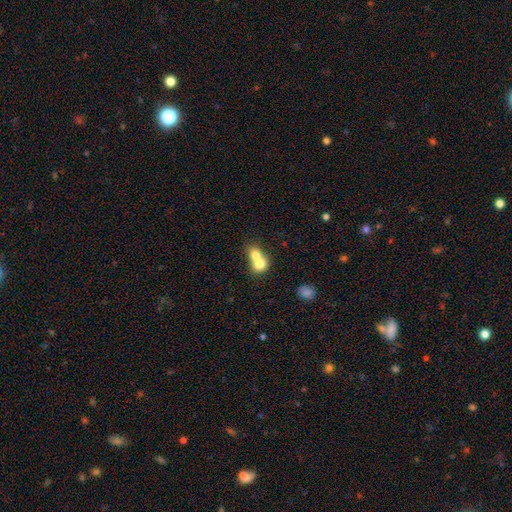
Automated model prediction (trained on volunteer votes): Q: Smooth or featured?
A: smooth (72%); runner-up: featured or disk (20%)
Q: How rounded?
A: round (60%); runner-up: in between (39%)
Q: Merging?
A: merger (76%); runner-up: none (18%)